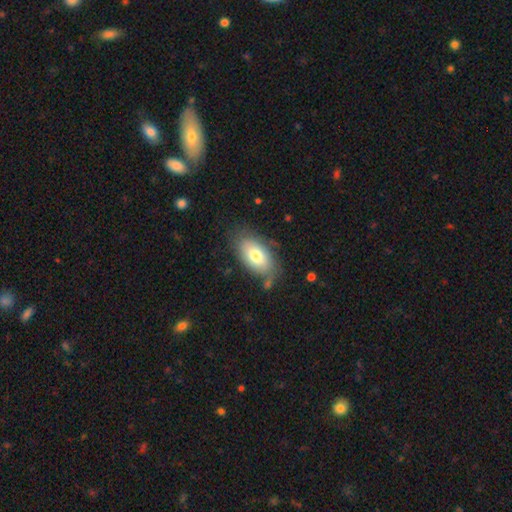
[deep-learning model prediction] Overall: smooth (74%). How rounded: in between (93%). Merging: none (70%).